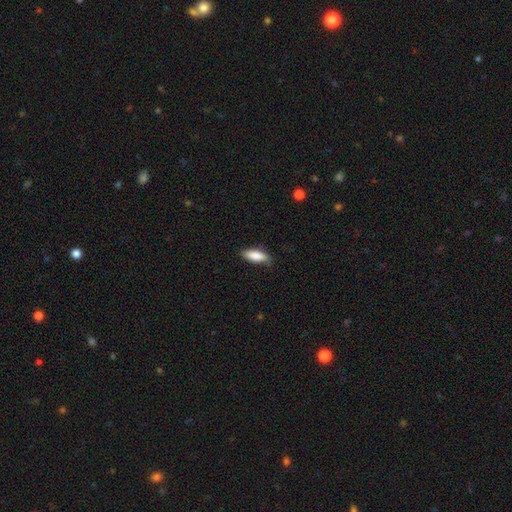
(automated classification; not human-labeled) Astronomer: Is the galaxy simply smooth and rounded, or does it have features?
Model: smooth — 83%.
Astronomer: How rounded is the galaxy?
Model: in between — 66%.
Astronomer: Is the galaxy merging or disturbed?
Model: none — 76%.